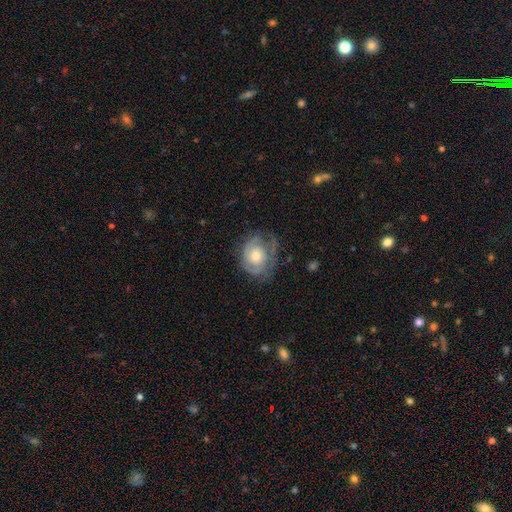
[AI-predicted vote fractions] This is likely a featured or disk galaxy (73%). It is clearly not viewed edge-on (97%). Bar: likely no (79%). Spiral arm pattern: clearly yes (86%). Spiral arm count: marginally 2 (37%). Spiral winding: likely tight (61%). Central bulge: likely moderate (63%). Merging: likely none (63%).